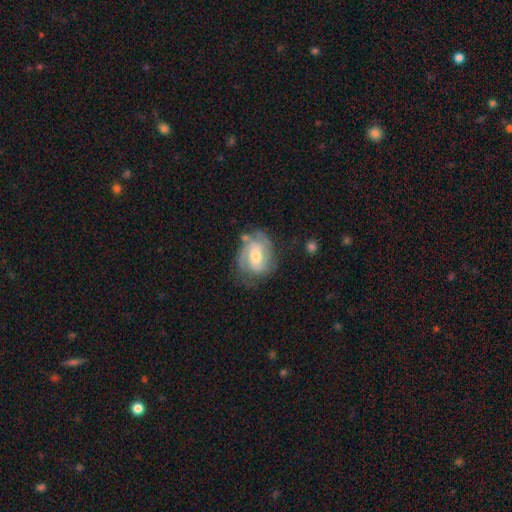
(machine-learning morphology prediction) Q: Smooth or featured?
A: featured or disk (76%); runner-up: smooth (18%)
Q: Edge-on disk?
A: no (97%); runner-up: yes (3%)
Q: Bar?
A: no (43%); runner-up: weak (42%)
Q: Spiral arms?
A: yes (91%); runner-up: no (9%)
Q: Spiral winding?
A: tight (48%); runner-up: medium (39%)
Q: Spiral arm count?
A: 2 (47%); runner-up: can't tell (22%)
Q: Bulge size?
A: moderate (60%); runner-up: small (32%)
Q: Merging?
A: none (63%); runner-up: minor disturbance (23%)